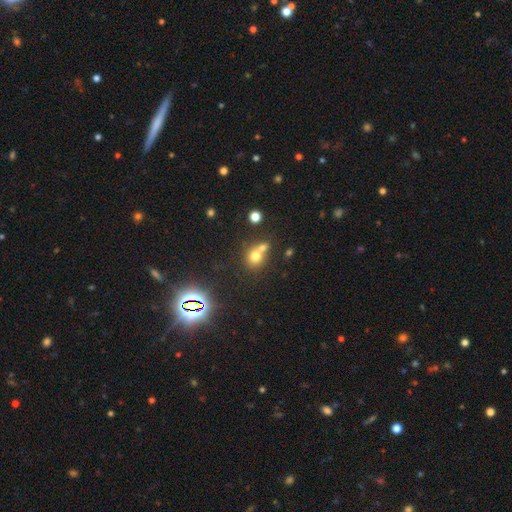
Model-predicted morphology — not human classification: smooth-or-featured: smooth: 70% | star or artifact: 17% | featured or disk: 13%
  how-rounded: round: 77% | in between: 22% | cigar-shaped: 1%
  merging: merger: 49% | none: 40% | minor disturbance: 8% | major disturbance: 4%